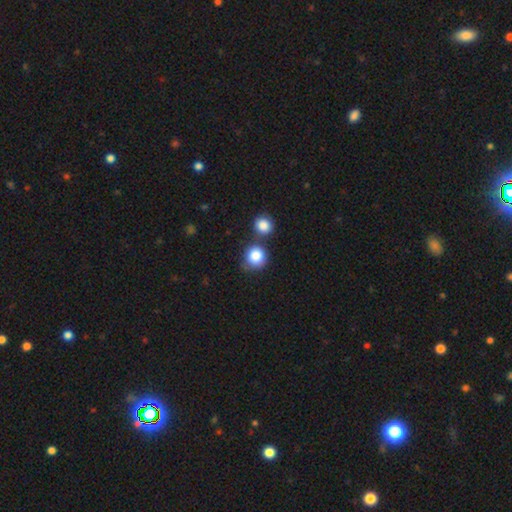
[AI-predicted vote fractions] Smooth or featured: smooth — 86% (star or artifact — 8%)
How rounded: round — 88% (in between — 11%)
Merging: none — 58% (merger — 24%)